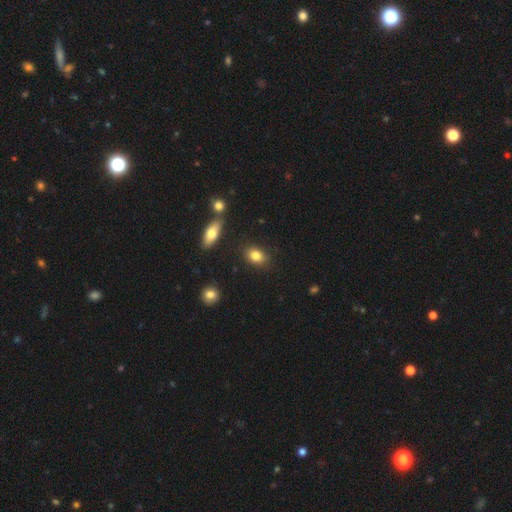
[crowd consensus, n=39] Smooth or featured: smooth — 79% (featured or disk — 10%)
How rounded: in between — 71% (round — 29%)
Merging: none — 94% (major disturbance — 3%)